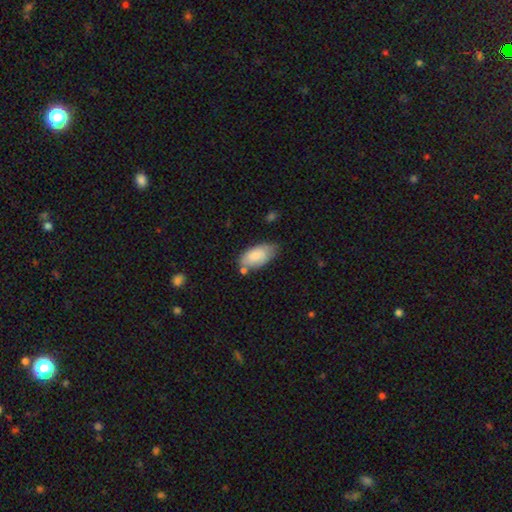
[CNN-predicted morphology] smooth_or_featured: smooth (p=0.83) [alt: featured or disk p=0.11]
how_rounded: in between (p=0.93) [alt: cigar-shaped p=0.04]
merging: none (p=0.57) [alt: minor disturbance p=0.28]